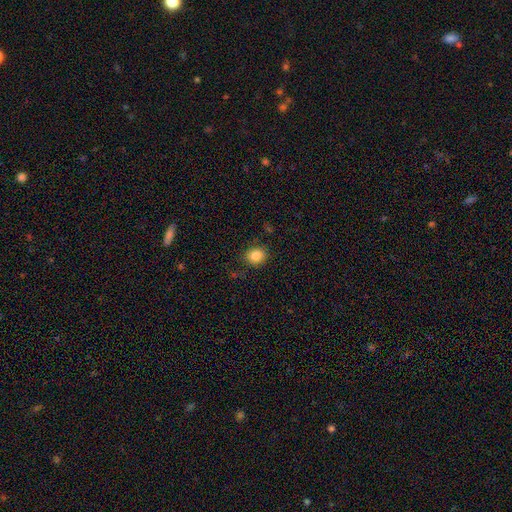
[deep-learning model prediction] This appears to be a smooth galaxy with no disk features (84%) that is round (67%). Merging: none (84%).